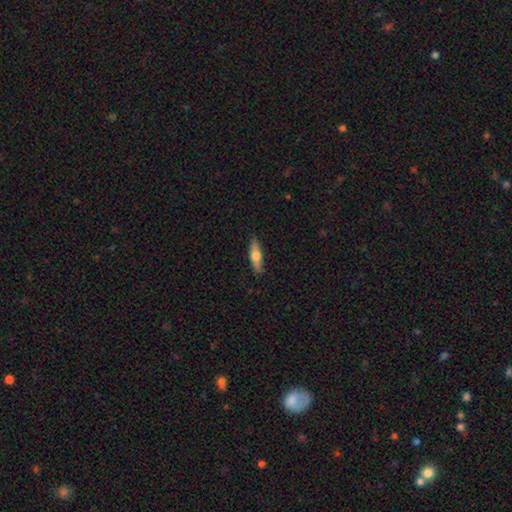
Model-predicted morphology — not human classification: Smooth or featured? smooth (58%)
How rounded? cigar-shaped (63%)
Merging? none (88%)